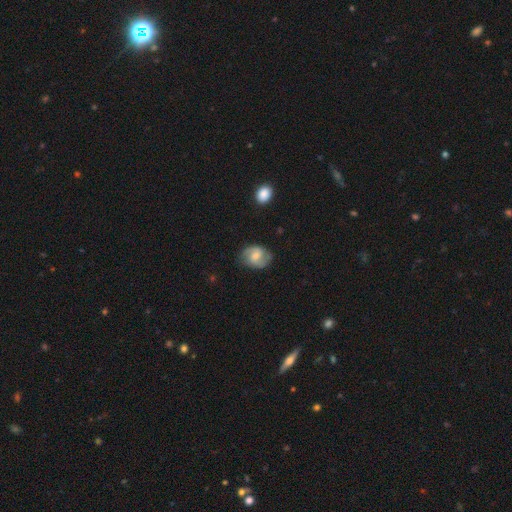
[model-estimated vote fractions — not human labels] Smooth or featured?
  - featured or disk: 62% *
  - smooth: 31%
  - star or artifact: 7%
Edge-on disk?
  - no: 98% *
  - yes: 2%
Bar?
  - weak: 45% * (tied)
  - no: 45% * (tied)
  - strong: 9%
Spiral arms?
  - yes: 91% *
  - no: 9%
Spiral winding?
  - medium: 50% *
  - tight: 26%
  - loose: 24%
Spiral arm count?
  - 2: 88% *
  - can't tell: 7%
  - 1: 2%
  - 3: 1%
  - 4: 1%
  - more than 4: 1%
Bulge size?
  - moderate: 46% *
  - small: 44%
  - none: 5%
  - large: 4%
  - dominant: 1%
Merging?
  - none: 77% *
  - minor disturbance: 17%
  - major disturbance: 5%
  - merger: 1%